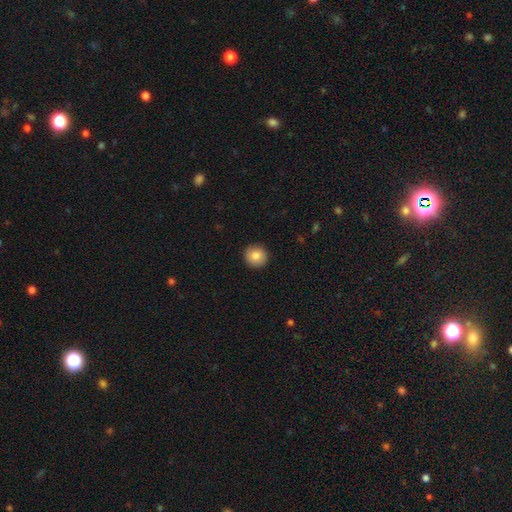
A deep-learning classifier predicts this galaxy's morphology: type=smooth (84%); roundness=round (92%); merging=none (92%).